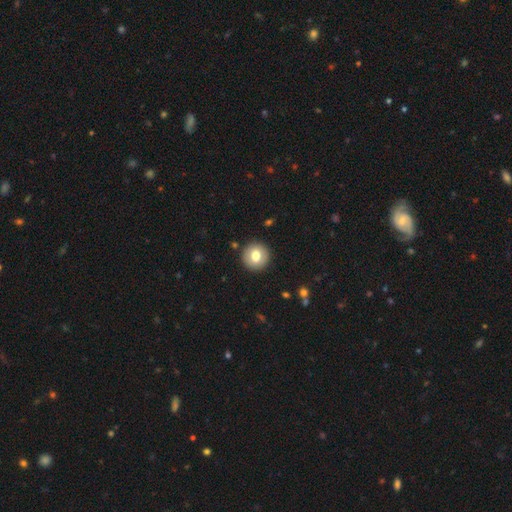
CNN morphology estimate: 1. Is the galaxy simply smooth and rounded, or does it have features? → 75% smooth, 17% featured or disk, 8% star or artifact.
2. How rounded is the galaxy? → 93% round, 6% in between, 1% cigar-shaped.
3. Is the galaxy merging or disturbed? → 91% none, 6% minor disturbance, 2% major disturbance, 1% merger.